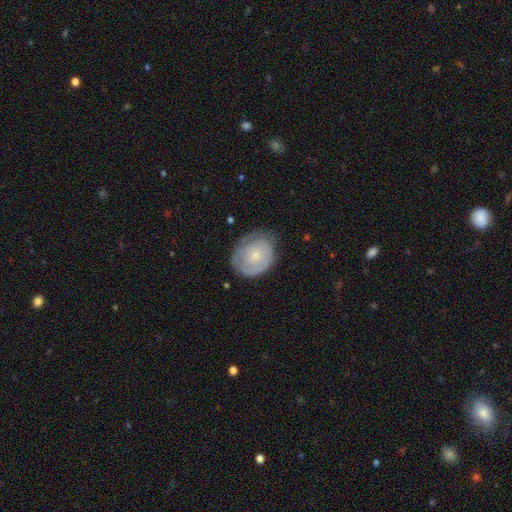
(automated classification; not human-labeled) smooth-or-featured: featured or disk: 51% | smooth: 43% | star or artifact: 6%
  disk-edge-on: no: 97% | yes: 3%
  merging: none: 64% | minor disturbance: 25% | major disturbance: 9% | merger: 1%